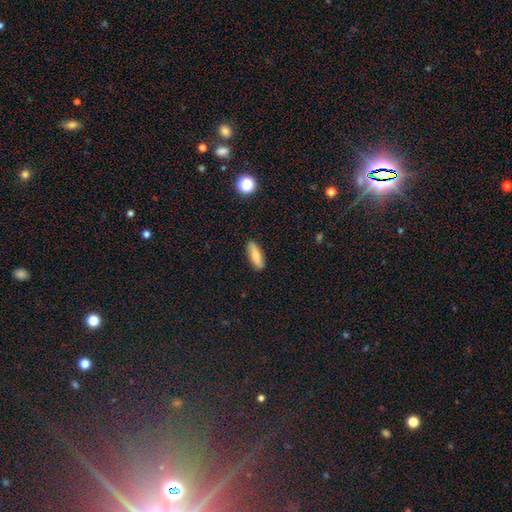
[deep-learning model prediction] This is likely a smooth galaxy (74%). How rounded: possibly in between (58%). Merging: clearly none (88%).